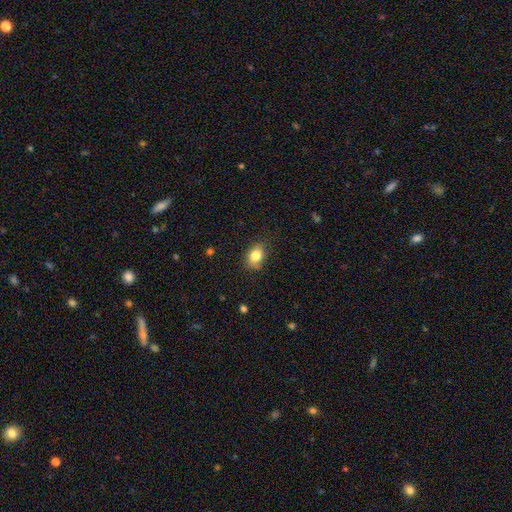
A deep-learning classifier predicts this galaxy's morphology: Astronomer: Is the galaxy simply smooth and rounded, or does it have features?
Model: smooth — 82%.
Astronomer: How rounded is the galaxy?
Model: in between — 66%.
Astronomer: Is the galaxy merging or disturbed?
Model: none — 74%.